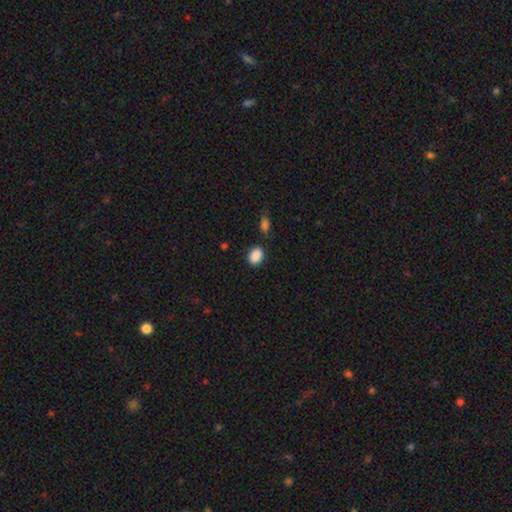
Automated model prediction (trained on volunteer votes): Smooth or featured? smooth (89%)
How rounded? in between (69%)
Merging? none (80%)